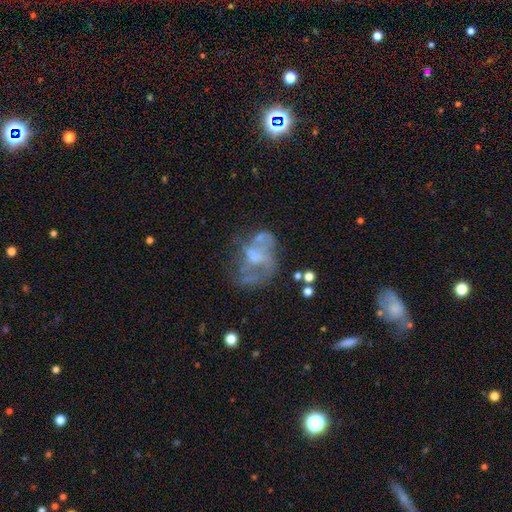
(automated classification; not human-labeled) smooth-or-featured: featured or disk: 62% | smooth: 25% | star or artifact: 13%
  disk-edge-on: no: 98% | yes: 2%
    bar: no: 72% | weak: 24% | strong: 5%
    has-spiral-arms: no: 65% | yes: 35%
    bulge-size: none: 37% | small: 31% | moderate: 27% | large: 4% | dominant: 1%
  merging: major disturbance: 34% | none: 33% | minor disturbance: 18% | merger: 14%